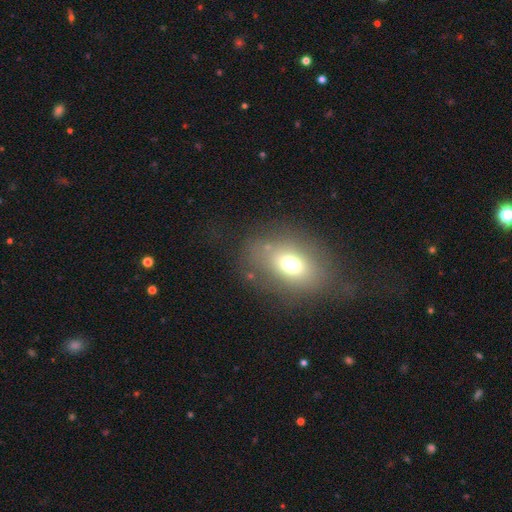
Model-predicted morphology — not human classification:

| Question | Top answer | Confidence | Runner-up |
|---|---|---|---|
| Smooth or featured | smooth | 47% | featured or disk (33%) |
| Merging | none | 59% | minor disturbance (23%) |